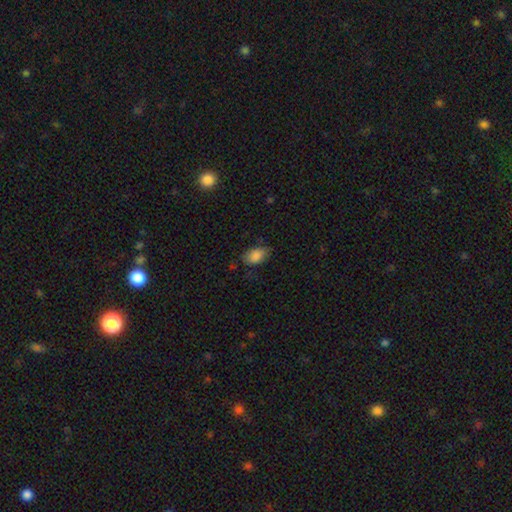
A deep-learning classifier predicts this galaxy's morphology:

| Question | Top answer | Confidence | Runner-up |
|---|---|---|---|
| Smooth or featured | smooth | 86% | star or artifact (8%) |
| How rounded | in between | 91% | round (8%) |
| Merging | none | 73% | minor disturbance (21%) |